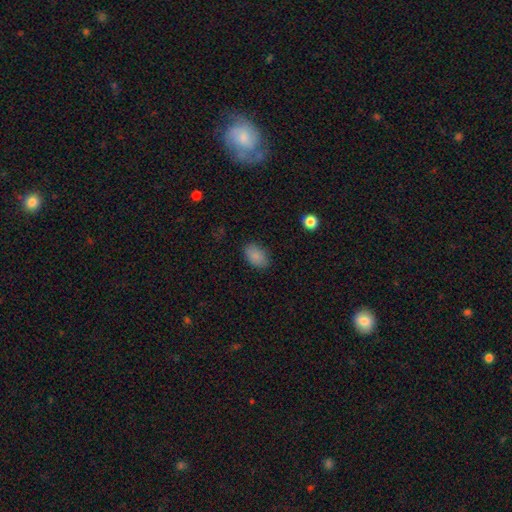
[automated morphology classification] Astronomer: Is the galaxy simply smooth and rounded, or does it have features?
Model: smooth — 86%.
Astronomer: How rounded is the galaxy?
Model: in between — 89%.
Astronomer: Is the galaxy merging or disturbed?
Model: none — 85%.